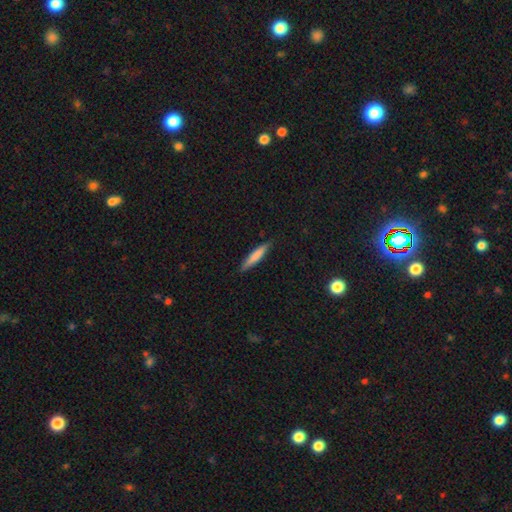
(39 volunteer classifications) Morphology: type=smooth (62%); roundness=cigar-shaped (92%); merging=none (89%).